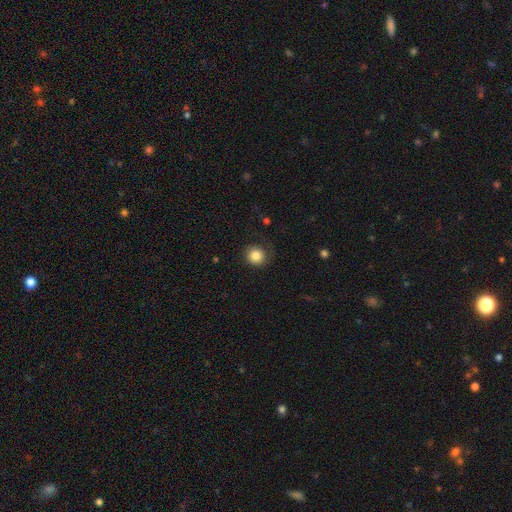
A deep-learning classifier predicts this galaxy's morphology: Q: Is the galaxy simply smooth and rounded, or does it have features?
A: smooth — 84%.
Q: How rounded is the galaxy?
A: round — 89%.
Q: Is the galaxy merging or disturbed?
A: none — 76%.